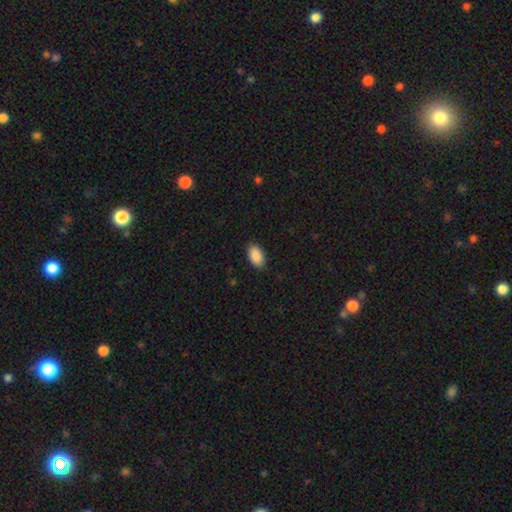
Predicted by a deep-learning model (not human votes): smooth 91%, star or artifact 7%, featured or disk 3%. Down the decision tree: how rounded — in between (95%); merging — none (89%).